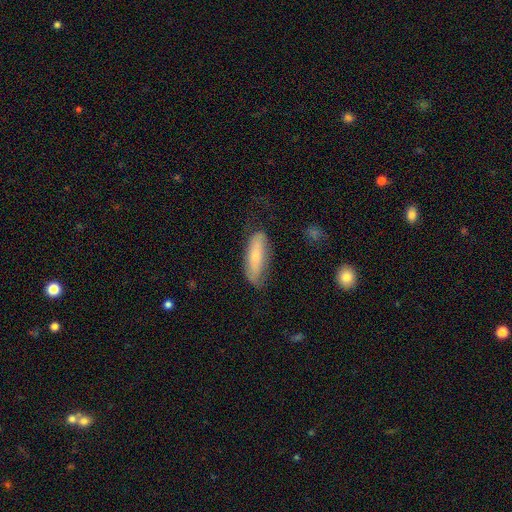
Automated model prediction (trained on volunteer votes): Morphology: type=smooth (63%); roundness=in between (54%); merging=none (59%).